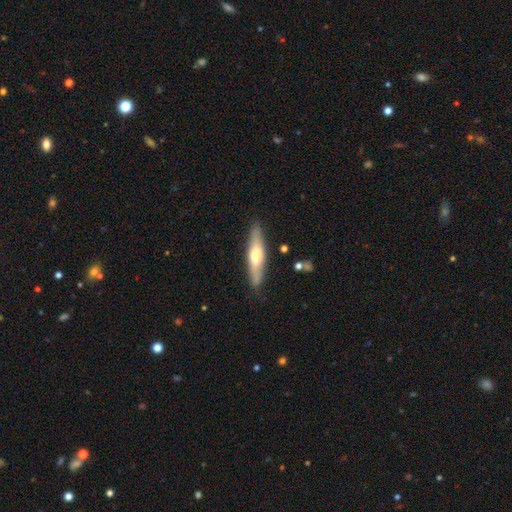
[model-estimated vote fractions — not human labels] A smooth galaxy with no disk features (50%).

Vote fractions:
- Smooth or featured? smooth: 50% / featured or disk: 45% / star or artifact: 5%
- Merging? none: 85% / minor disturbance: 11% / major disturbance: 2% / merger: 2%